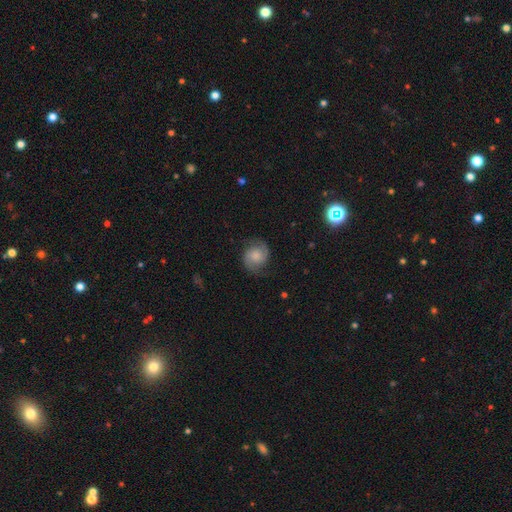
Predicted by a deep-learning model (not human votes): A featured or disk galaxy (62%) with no bar (69%), 2 (90%) medium (48%) spiral arms (94%) and a moderate central bulge (35%).

Vote fractions:
- Smooth or featured? featured or disk: 62% / smooth: 29% / star or artifact: 9%
- Edge-on disk? no: 98% / yes: 2%
- Bar? no: 69% / weak: 27% / strong: 4%
- Spiral arms? yes: 94% / no: 6%
- Spiral winding? medium: 48% / tight: 28% / loose: 23%
- Spiral arm count? 2: 90% / can't tell: 4% / 1: 2% / 3: 1% / 4: 1% / more than 4: 1%
- Bulge size? moderate: 35% / small: 25% / none: 21% / large: 16% / dominant: 3%
- Merging? none: 75% / minor disturbance: 17% / major disturbance: 6% / merger: 1%